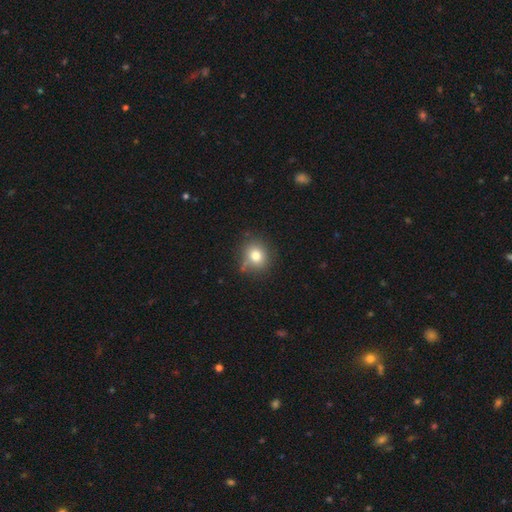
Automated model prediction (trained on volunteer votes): This is likely a smooth galaxy (78%). How rounded: likely round (79%). Merging: likely none (75%).